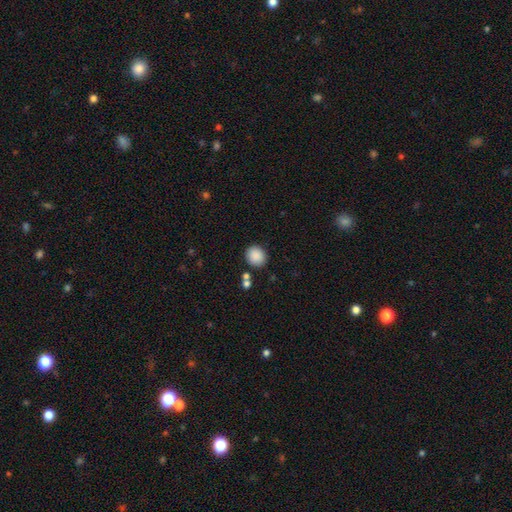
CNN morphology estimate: This appears to be a smooth galaxy with no disk features (88%) that is round (75%). Merging: none (83%).